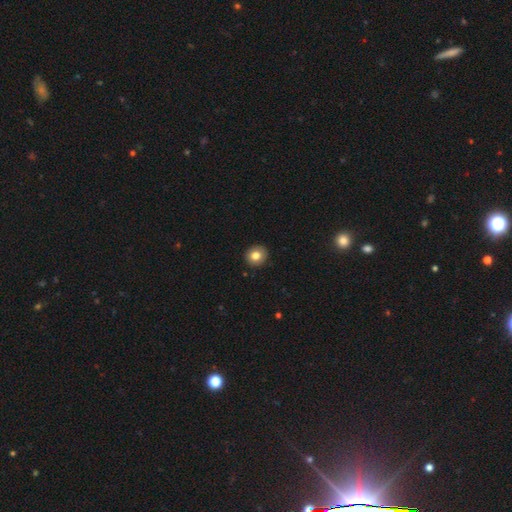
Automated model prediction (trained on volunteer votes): A smooth galaxy with no disk features (82%) that is round (88%).

Vote fractions:
- Smooth or featured? smooth: 82% / star or artifact: 9% / featured or disk: 9%
- How rounded? round: 88% / in between: 11% / cigar-shaped: 1%
- Merging? none: 91% / minor disturbance: 6% / major disturbance: 2% / merger: 1%